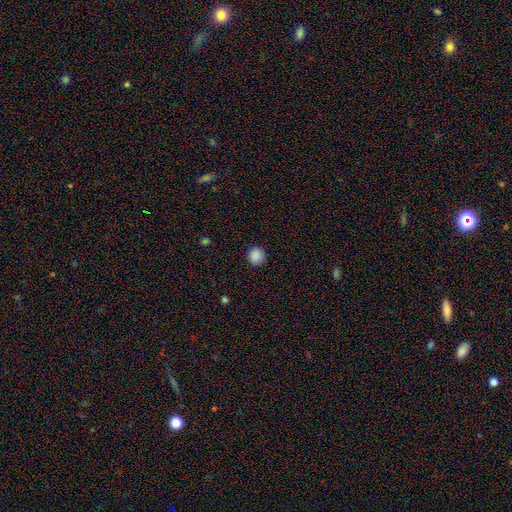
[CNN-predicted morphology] Smooth or featured: smooth — 88% (star or artifact — 9%)
How rounded: round — 86% (in between — 13%)
Merging: none — 89% (minor disturbance — 8%)